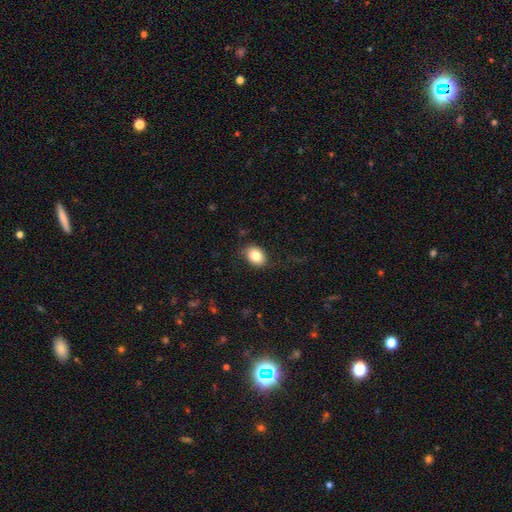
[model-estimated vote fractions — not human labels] Smooth or featured: smooth — 84% (star or artifact — 8%)
How rounded: in between — 69% (round — 30%)
Merging: none — 82% (minor disturbance — 13%)